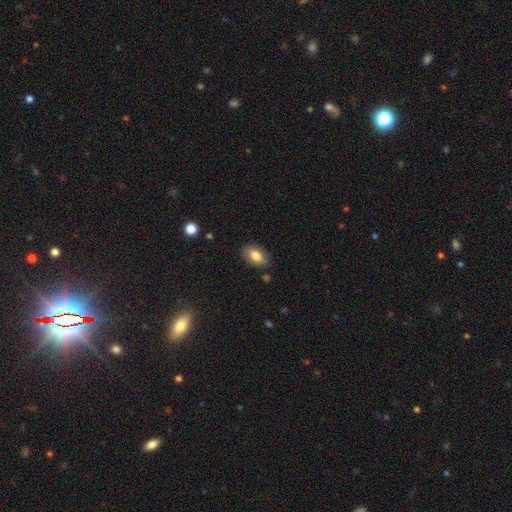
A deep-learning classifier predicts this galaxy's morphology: Smooth or featured: smooth — 80% (featured or disk — 13%)
How rounded: in between — 91% (round — 7%)
Merging: none — 81% (minor disturbance — 14%)